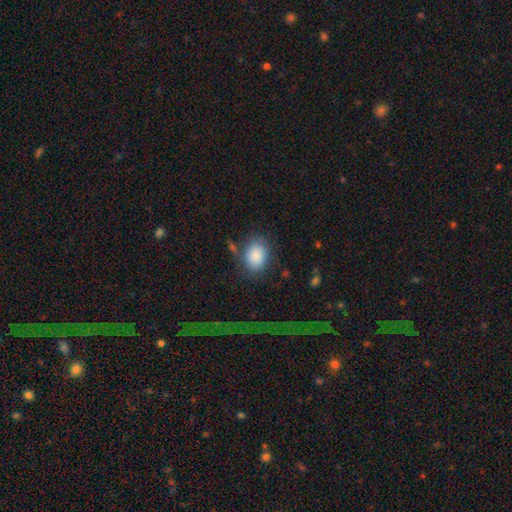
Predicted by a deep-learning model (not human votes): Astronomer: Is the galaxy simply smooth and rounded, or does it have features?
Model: smooth — 86%.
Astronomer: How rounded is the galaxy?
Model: in between — 66%.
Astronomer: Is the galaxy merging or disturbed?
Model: none — 70%.